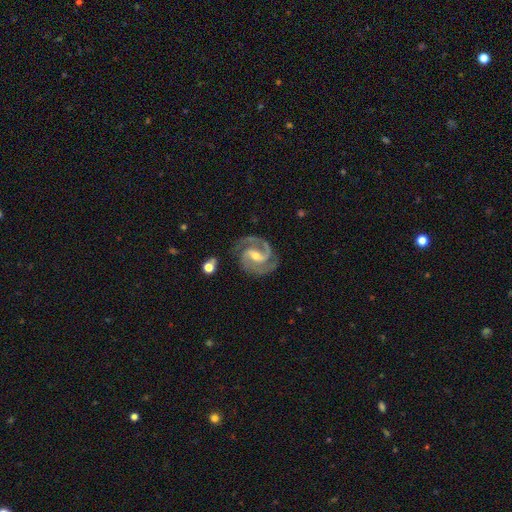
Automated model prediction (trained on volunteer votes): Smooth or featured?
  - featured or disk: 93% *
  - star or artifact: 4%
  - smooth: 3%
Edge-on disk?
  - no: 98% *
  - yes: 2%
Bar?
  - weak: 43% *
  - strong: 42%
  - no: 14%
Spiral arms?
  - yes: 98% *
  - no: 2%
Spiral winding?
  - medium: 57% *
  - tight: 35%
  - loose: 7%
Spiral arm count?
  - 2: 89% *
  - 3: 6%
  - can't tell: 2%
  - 1: 1%
  - 4: 1%
  - more than 4: 1%
Bulge size?
  - moderate: 50% *
  - small: 46%
  - large: 2%
  - none: 2%
  - dominant: 1%
Merging?
  - none: 81% *
  - minor disturbance: 13%
  - major disturbance: 4%
  - merger: 2%